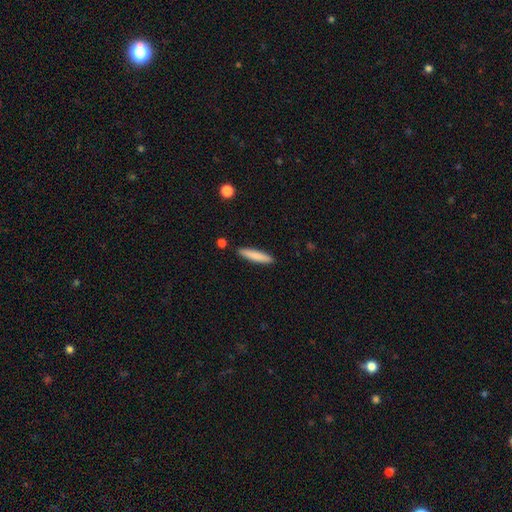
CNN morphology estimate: A smooth galaxy with no disk features (81%) that is cigar-shaped (88%). Merging: none (89%).